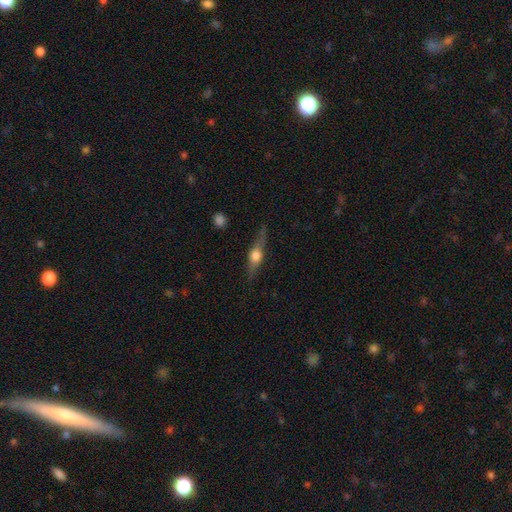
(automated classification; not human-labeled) Overall: featured or disk (66%; smooth 27%). Edge-on disk: yes (95%). Edge-on bulge: rounded (94%). Merging: none (81%).